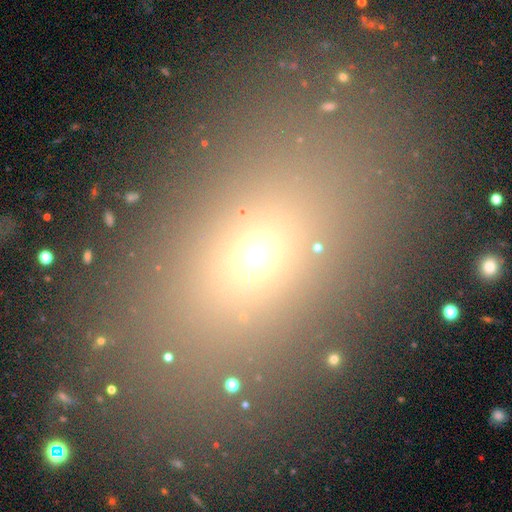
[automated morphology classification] smooth-or-featured: smooth: 59% | star or artifact: 25% | featured or disk: 16%
  how-rounded: in between: 74% | round: 24% | cigar-shaped: 3%
  merging: none: 84% | minor disturbance: 9% | major disturbance: 4% | merger: 2%